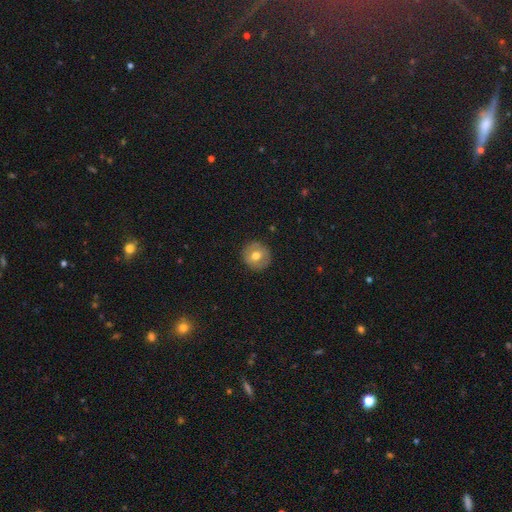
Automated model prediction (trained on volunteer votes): Smooth or featured? Predicted: smooth (p=0.65). How rounded? Predicted: round (p=0.93). Merging? Predicted: none (p=0.89).